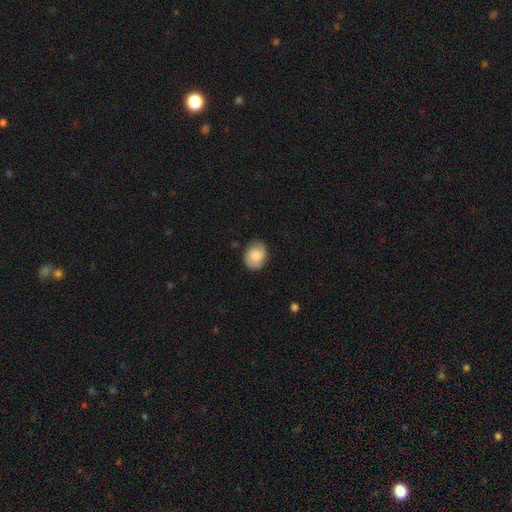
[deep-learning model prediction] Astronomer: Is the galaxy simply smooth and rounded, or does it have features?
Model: smooth — 58% (runner-up: featured or disk, 34%).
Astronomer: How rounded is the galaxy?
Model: round — 54% (runner-up: in between, 45%).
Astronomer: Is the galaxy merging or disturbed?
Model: none — 80%.